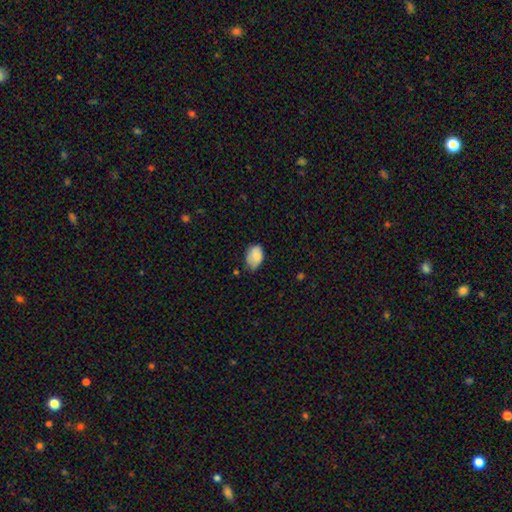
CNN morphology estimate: smooth-or-featured: smooth: 78% | featured or disk: 15% | star or artifact: 8%
  how-rounded: in between: 84% | round: 15% | cigar-shaped: 1%
  merging: none: 50% | minor disturbance: 38% | major disturbance: 8% | merger: 3%